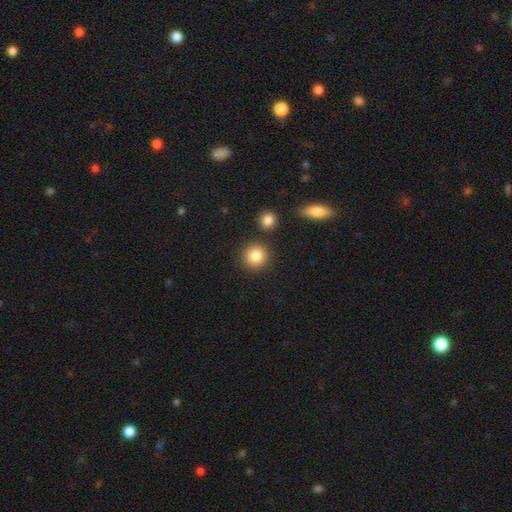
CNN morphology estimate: Smooth or featured? Predicted: smooth (p=0.84). How rounded? Predicted: round (p=0.93). Merging? Predicted: none (p=0.85).